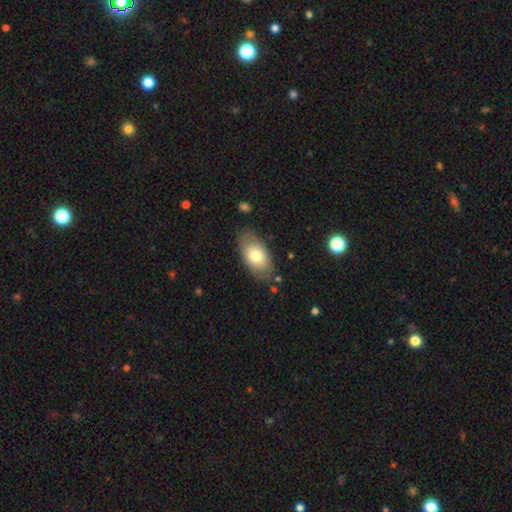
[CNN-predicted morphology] A smooth galaxy with no disk features (71%) that is in between round and cigar-shaped (93%).

Vote fractions:
- Smooth or featured? smooth: 71% / featured or disk: 22% / star or artifact: 6%
- How rounded? in between: 93% / round: 5% / cigar-shaped: 2%
- Merging? none: 78% / minor disturbance: 15% / major disturbance: 4% / merger: 2%